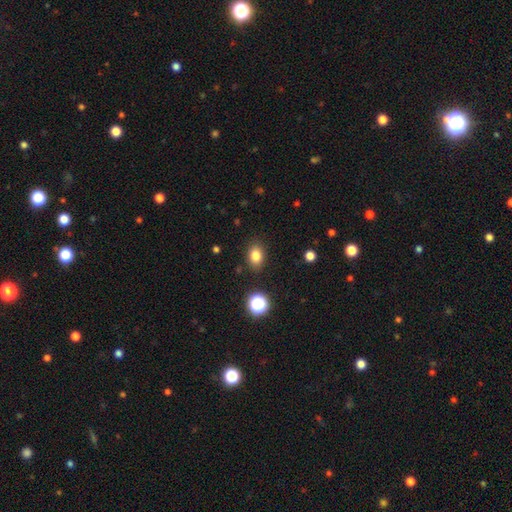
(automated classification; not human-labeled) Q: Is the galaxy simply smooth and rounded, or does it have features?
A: smooth — 81%.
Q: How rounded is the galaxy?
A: in between — 69%.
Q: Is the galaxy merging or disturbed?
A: none — 86%.